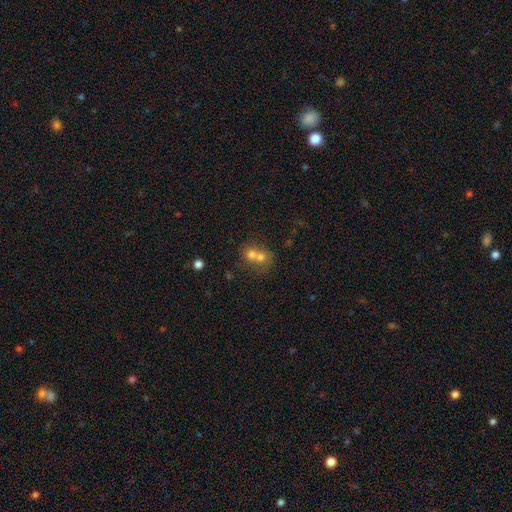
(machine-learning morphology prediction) Smooth or featured? smooth (69%)
How rounded? round (73%)
Merging? merger (68%)